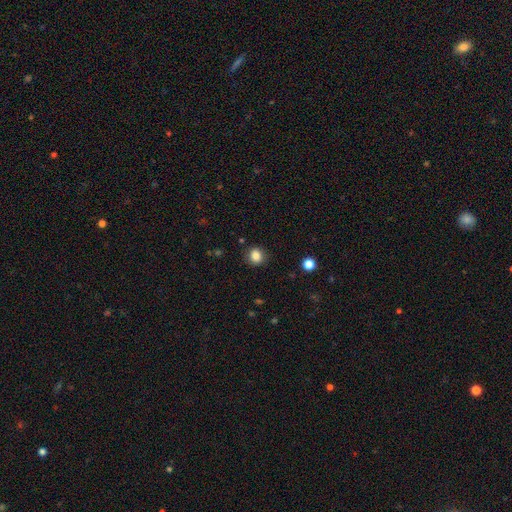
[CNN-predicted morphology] type=smooth (85%); roundness=round (80%); merging=none (88%).